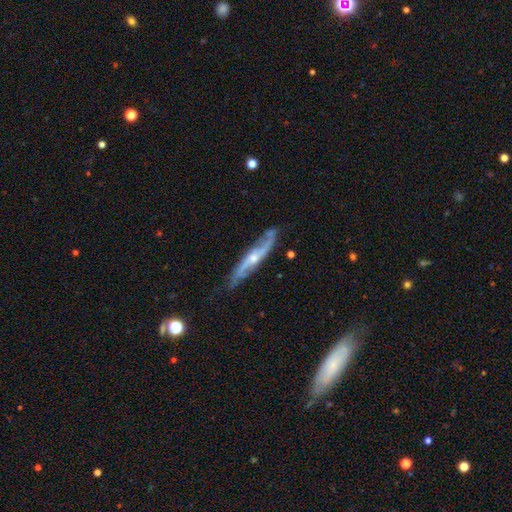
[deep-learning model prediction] smooth_or_featured: featured or disk (p=0.79) [alt: smooth p=0.14]
disk_edge_on: no (p=0.51) [alt: yes p=0.49]
merging: none (p=0.77) [alt: minor disturbance p=0.17]